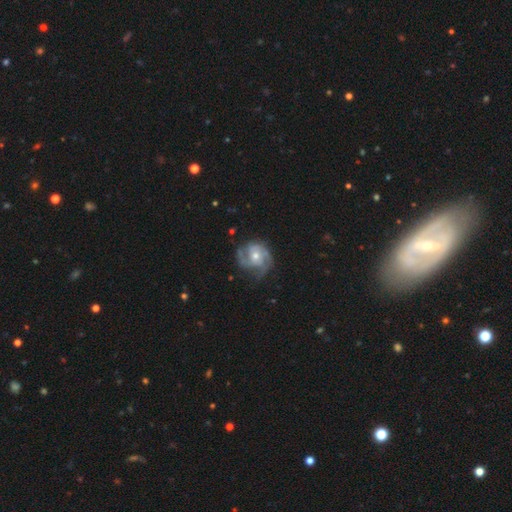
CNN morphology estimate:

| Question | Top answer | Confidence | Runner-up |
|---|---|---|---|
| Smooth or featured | featured or disk | 84% | smooth (10%) |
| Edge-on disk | no | 98% | yes (2%) |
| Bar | no | 72% | weak (23%) |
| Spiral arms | yes | 95% | no (5%) |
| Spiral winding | medium | 45% | tight (42%) |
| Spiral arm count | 3 | 46% | 2 (23%) |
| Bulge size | moderate | 60% | small (36%) |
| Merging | none | 66% | minor disturbance (21%) |